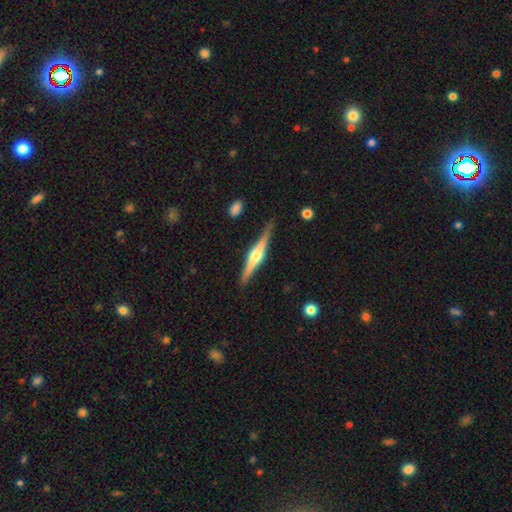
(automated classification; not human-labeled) Smooth or featured: featured or disk — 78% (smooth — 17%)
Edge-on disk: yes — 98% (no — 2%)
Edge-on bulge: rounded — 90% (boxy — 8%)
Merging: none — 87% (minor disturbance — 9%)